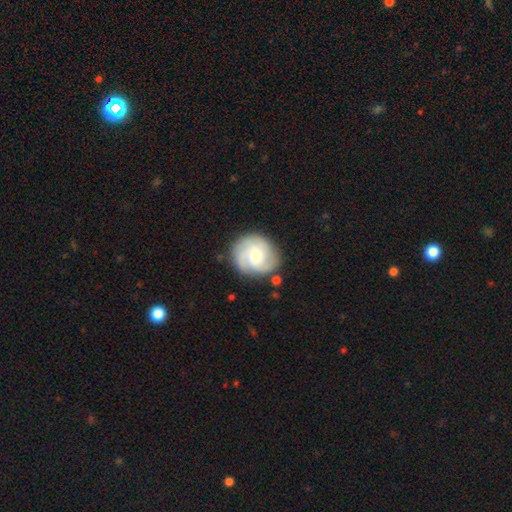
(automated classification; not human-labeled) This appears to be a featured or disk galaxy (73%) with no bar (63%), 3 (44%) tight (53%) spiral arms (94%) and a moderate central bulge (58%). Merging: none (79%).